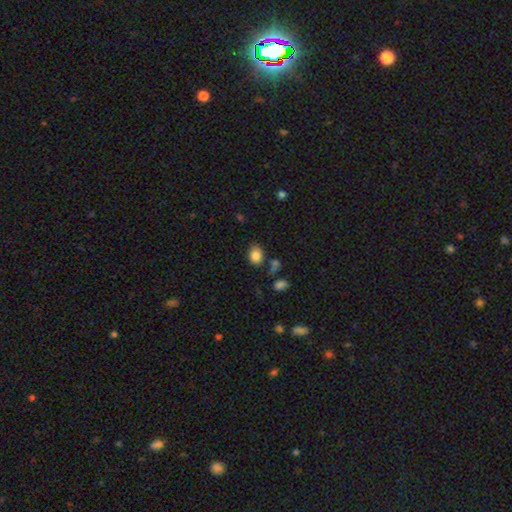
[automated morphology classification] Smooth or featured? Predicted: smooth (p=0.85). How rounded? Predicted: in between (p=0.65). Merging? Predicted: none (p=0.75).